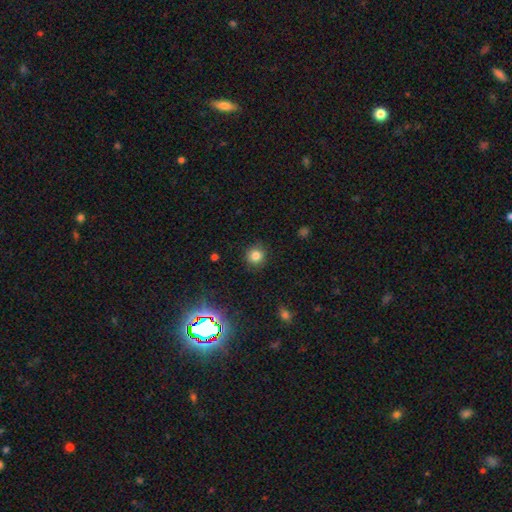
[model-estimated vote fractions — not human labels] Smooth or featured? Predicted: smooth (p=0.81). How rounded? Predicted: round (p=0.92). Merging? Predicted: none (p=0.88).